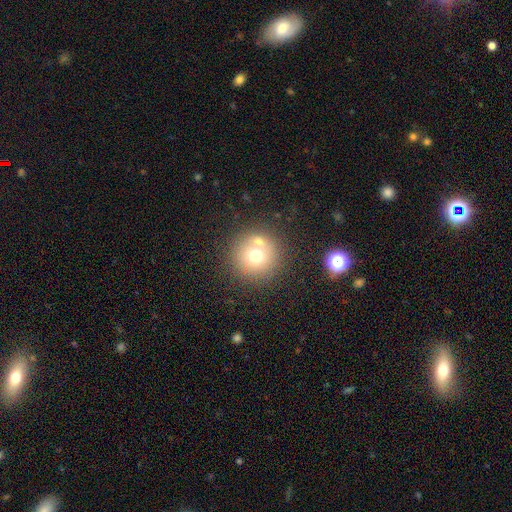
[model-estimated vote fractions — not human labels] Q: Smooth or featured?
A: smooth (68%); runner-up: featured or disk (18%)
Q: How rounded?
A: round (94%); runner-up: in between (5%)
Q: Merging?
A: none (67%); runner-up: merger (20%)